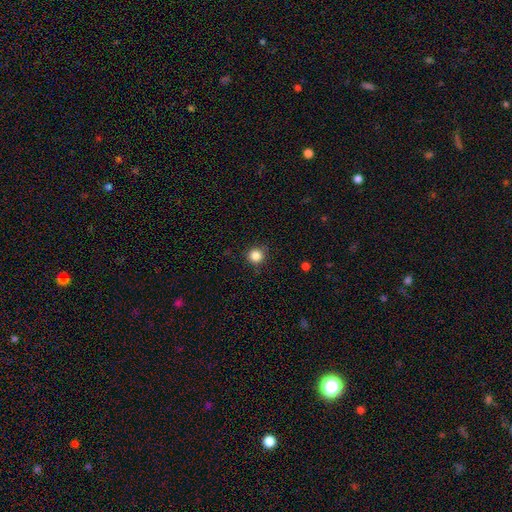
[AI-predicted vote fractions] smooth 85%, star or artifact 11%, featured or disk 4%. Down the decision tree: how rounded — round (94%); merging — none (89%).